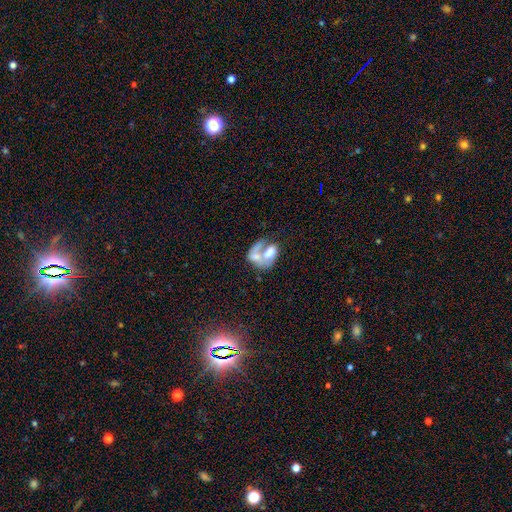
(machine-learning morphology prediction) type=smooth (48%); merging=merger (61%).